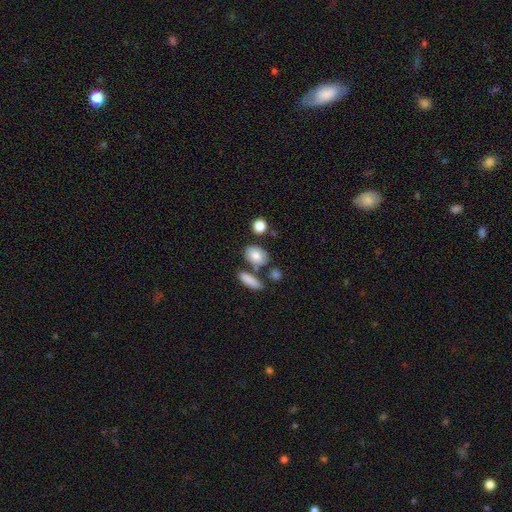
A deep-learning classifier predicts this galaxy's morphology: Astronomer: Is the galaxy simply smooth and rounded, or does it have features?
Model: smooth — 82%.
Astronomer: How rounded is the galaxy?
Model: in between — 73%.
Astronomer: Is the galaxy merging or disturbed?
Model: none — 68%.